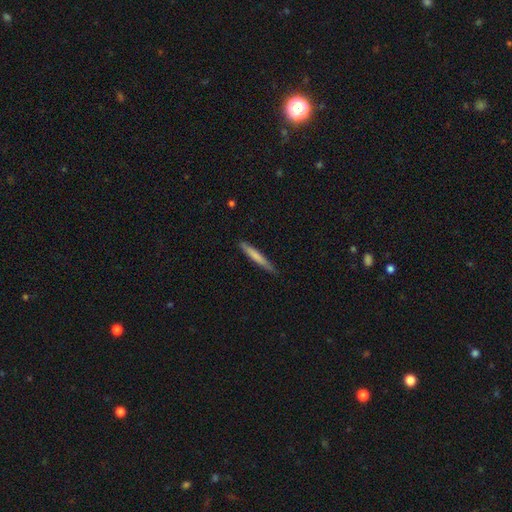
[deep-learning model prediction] Smooth or featured: smooth — 70% (featured or disk — 25%)
How rounded: cigar-shaped — 95% (in between — 3%)
Merging: none — 83% (minor disturbance — 14%)